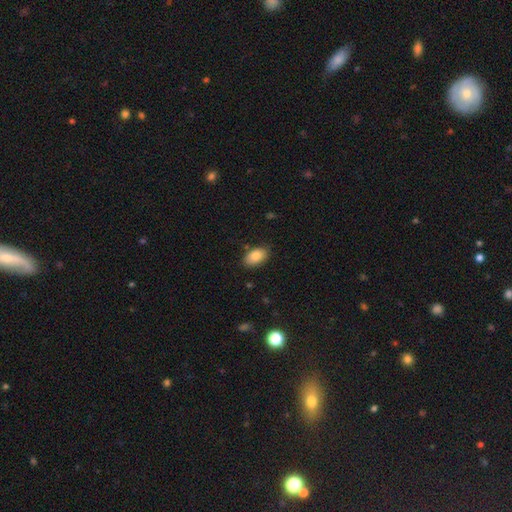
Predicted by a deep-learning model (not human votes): Smooth or featured? Predicted: smooth (p=0.83). How rounded? Predicted: in between (p=0.91). Merging? Predicted: none (p=0.82).